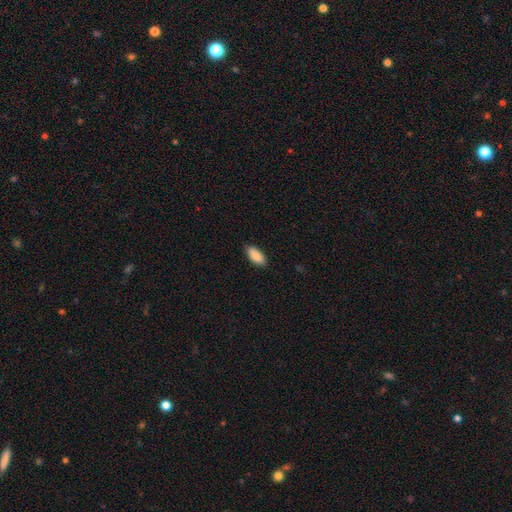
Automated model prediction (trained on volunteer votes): Smooth or featured?
  - smooth: 89% *
  - star or artifact: 6%
  - featured or disk: 5%
How rounded?
  - in between: 85% *
  - cigar-shaped: 13%
  - round: 2%
Merging?
  - none: 86% *
  - minor disturbance: 11%
  - major disturbance: 2%
  - merger: 1%